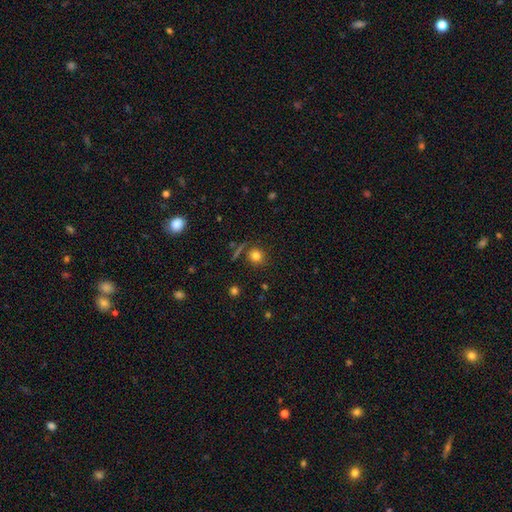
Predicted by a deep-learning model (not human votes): Morphology: type=smooth (79%); roundness=round (88%); merging=none (82%).